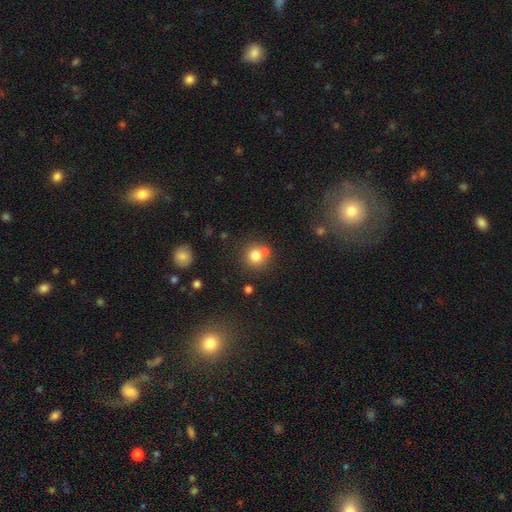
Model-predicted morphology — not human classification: This is likely a smooth galaxy (78%). How rounded: clearly round (90%). Merging: likely none (62%).